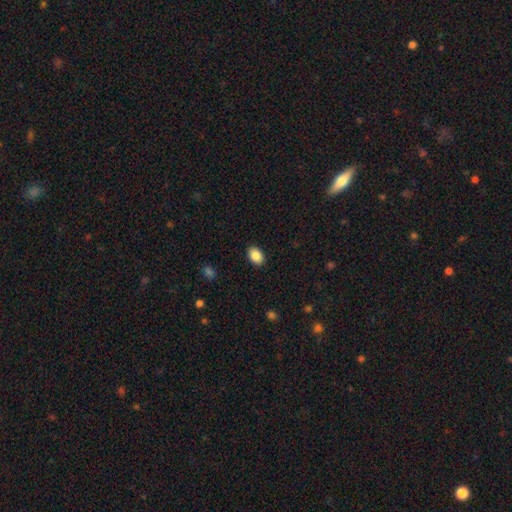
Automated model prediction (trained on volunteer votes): Smooth or featured?
  - smooth: 88% *
  - star or artifact: 8%
  - featured or disk: 4%
How rounded?
  - in between: 84% *
  - round: 15%
  - cigar-shaped: 1%
Merging?
  - none: 89% *
  - minor disturbance: 8%
  - major disturbance: 2%
  - merger: 1%